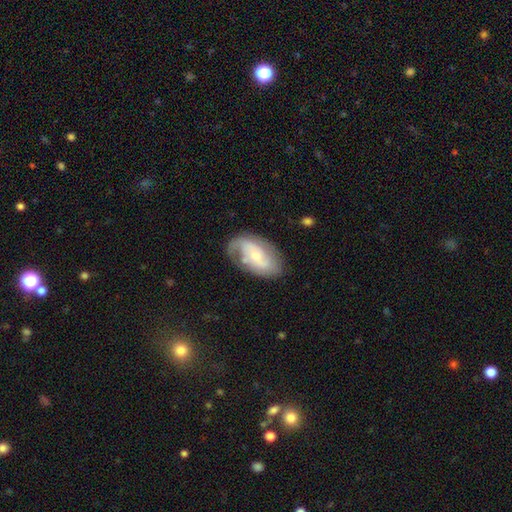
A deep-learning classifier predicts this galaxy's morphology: Q: Smooth or featured?
A: featured or disk (72%); runner-up: smooth (22%)
Q: Edge-on disk?
A: no (95%); runner-up: yes (5%)
Q: Bar?
A: no (49%); runner-up: weak (37%)
Q: Spiral arms?
A: yes (86%); runner-up: no (14%)
Q: Spiral winding?
A: medium (41%); runner-up: loose (31%)
Q: Spiral arm count?
A: 2 (66%); runner-up: can't tell (17%)
Q: Bulge size?
A: small (56%); runner-up: moderate (39%)
Q: Merging?
A: none (65%); runner-up: minor disturbance (22%)